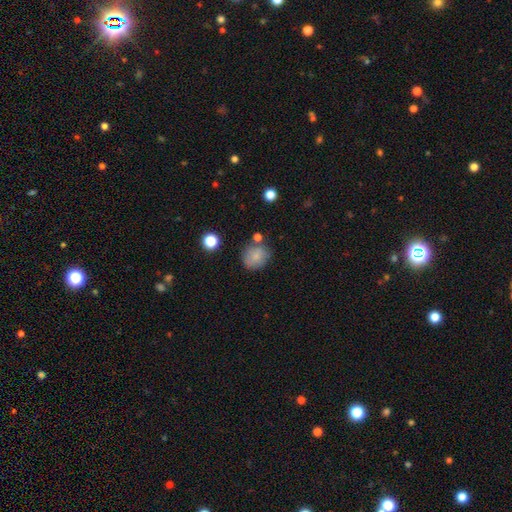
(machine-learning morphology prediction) smooth-or-featured: smooth: 79% | featured or disk: 11% | star or artifact: 10%
  how-rounded: round: 75% | in between: 24% | cigar-shaped: 1%
  merging: none: 69% | minor disturbance: 17% | merger: 9% | major disturbance: 5%